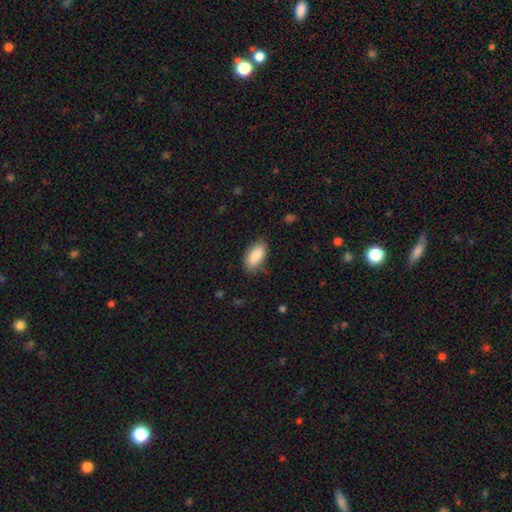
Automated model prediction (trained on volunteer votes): smooth-or-featured: smooth: 87% | featured or disk: 7% | star or artifact: 6%
  how-rounded: in between: 93% | cigar-shaped: 5% | round: 3%
  merging: none: 75% | minor disturbance: 20% | major disturbance: 4% | merger: 1%